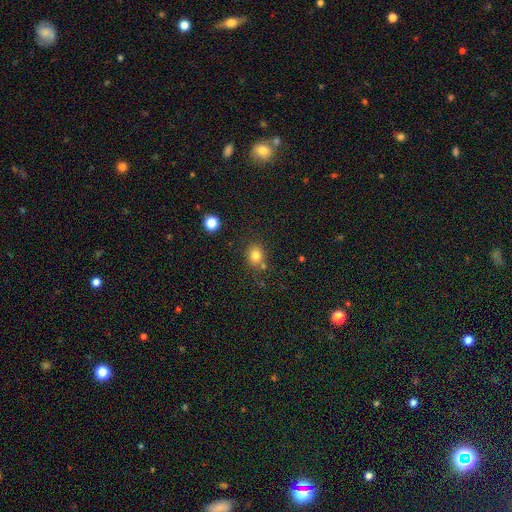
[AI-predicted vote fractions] Smooth or featured? smooth (81%)
How rounded? round (68%)
Merging? none (72%)